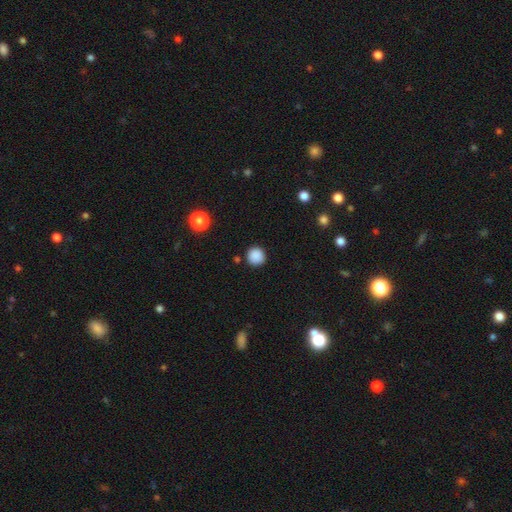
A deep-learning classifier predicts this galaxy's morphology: Smooth or featured? Predicted: smooth (p=0.87). How rounded? Predicted: round (p=0.94). Merging? Predicted: none (p=0.90).